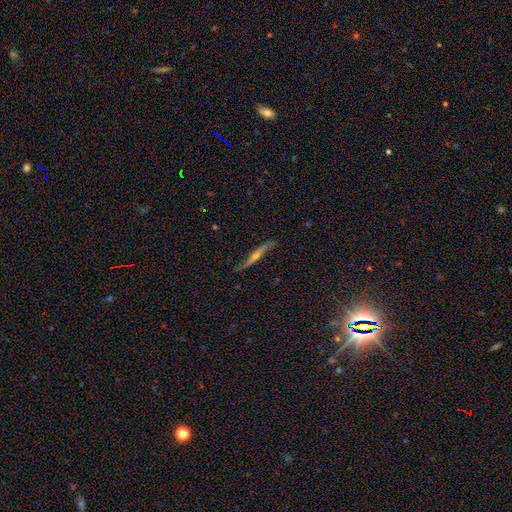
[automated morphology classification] Smooth or featured: featured or disk — 79% (smooth — 14%)
Edge-on disk: yes — 69% (no — 31%)
Edge-on bulge: rounded — 77% (none — 16%)
Merging: none — 74% (minor disturbance — 18%)